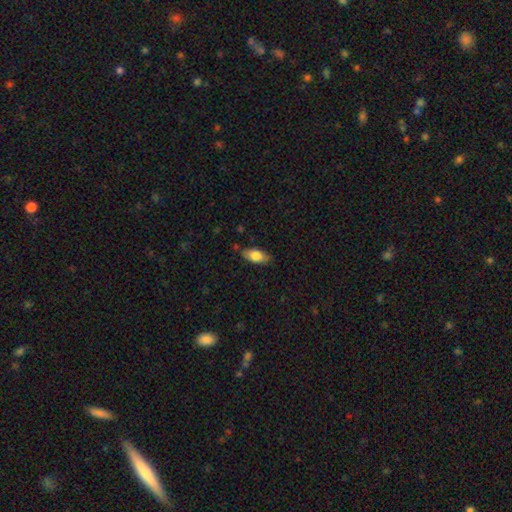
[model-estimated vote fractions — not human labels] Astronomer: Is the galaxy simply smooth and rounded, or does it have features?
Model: smooth — 78%.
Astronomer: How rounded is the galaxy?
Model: in between — 88%.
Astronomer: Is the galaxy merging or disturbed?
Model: none — 81%.